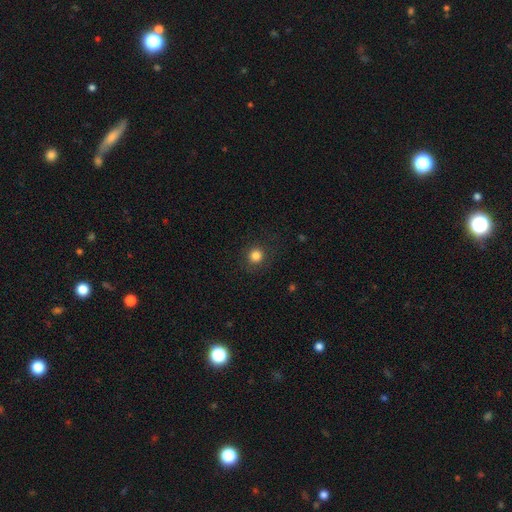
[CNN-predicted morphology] The model was most divided on "smooth or featured": smooth: 83%, star or artifact: 12%, featured or disk: 5%. More confident: how rounded — round (92%); merging — none (88%).